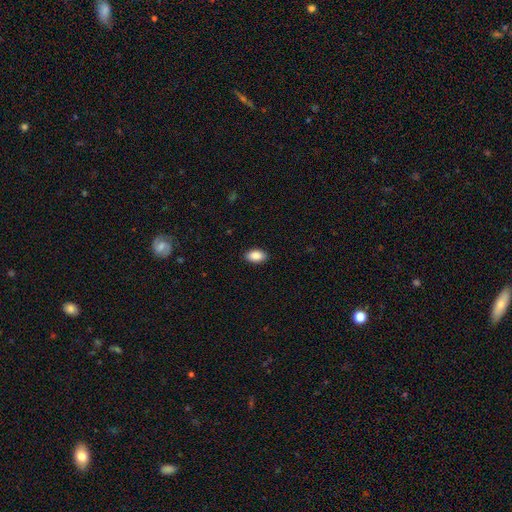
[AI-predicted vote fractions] This appears to be a smooth galaxy with no disk features (89%) that is in between round and cigar-shaped (93%). Merging: none (89%).